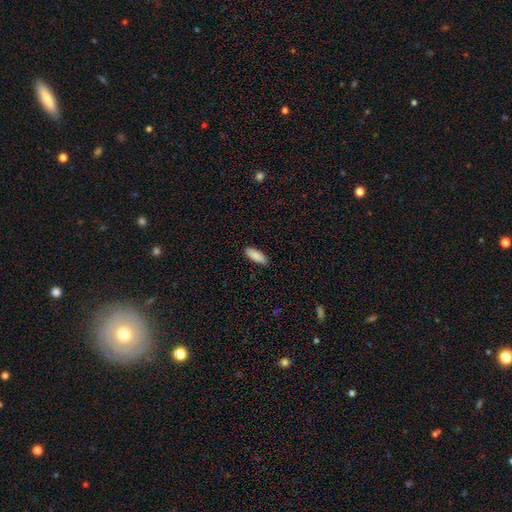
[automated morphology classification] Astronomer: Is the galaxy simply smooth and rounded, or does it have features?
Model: smooth — 88%.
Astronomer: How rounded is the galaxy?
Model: in between — 72%.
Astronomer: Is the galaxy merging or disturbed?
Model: none — 89%.